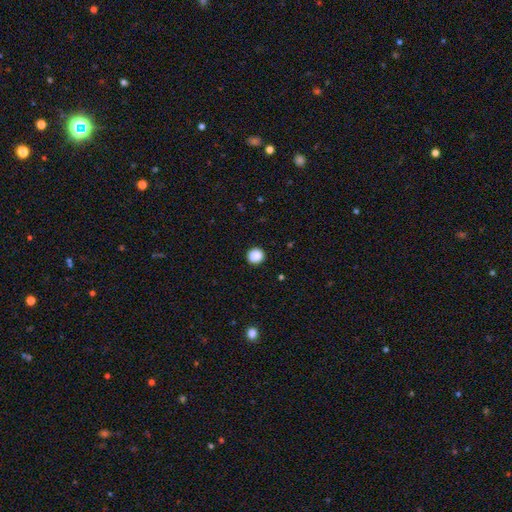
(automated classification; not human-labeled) Q: Smooth or featured?
A: smooth (89%); runner-up: star or artifact (9%)
Q: How rounded?
A: round (92%); runner-up: in between (7%)
Q: Merging?
A: none (92%); runner-up: minor disturbance (5%)